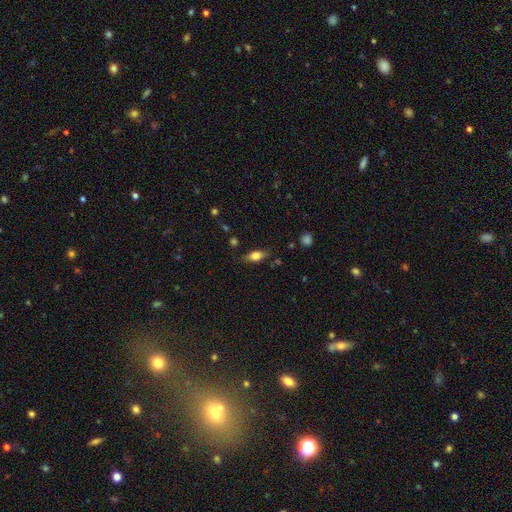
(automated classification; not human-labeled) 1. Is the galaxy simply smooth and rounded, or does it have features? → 74% smooth, 17% featured or disk, 9% star or artifact.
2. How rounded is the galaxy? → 82% in between, 12% cigar-shaped, 6% round.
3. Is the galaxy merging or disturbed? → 76% none, 18% minor disturbance, 5% major disturbance, 2% merger.